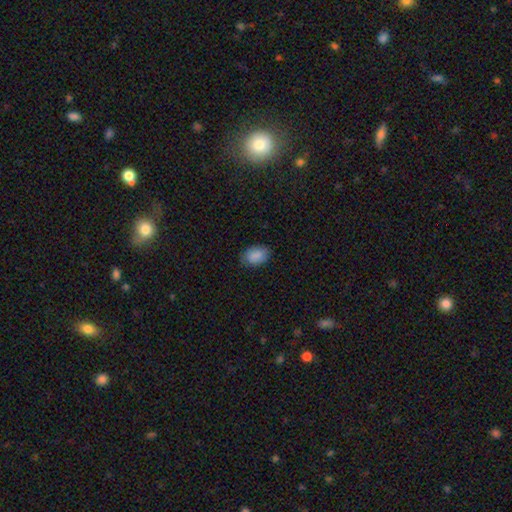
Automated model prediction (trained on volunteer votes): Q: Smooth or featured?
A: smooth (88%); runner-up: star or artifact (7%)
Q: How rounded?
A: in between (84%); runner-up: round (14%)
Q: Merging?
A: none (80%); runner-up: minor disturbance (16%)